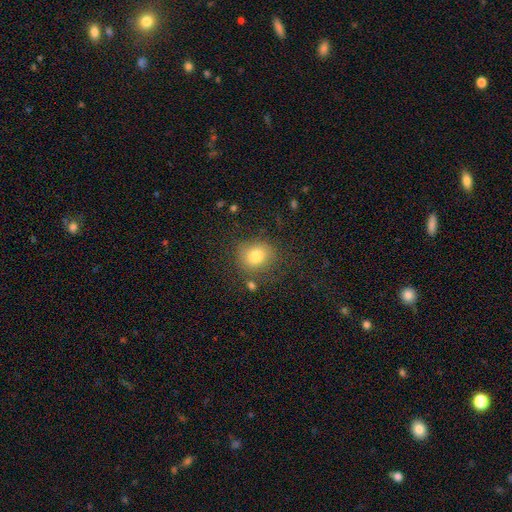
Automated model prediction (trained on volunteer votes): The model was most divided on "how rounded": round: 70%, in between: 29%, cigar-shaped: 1%. More confident: smooth or featured — smooth (79%); merging — none (73%).